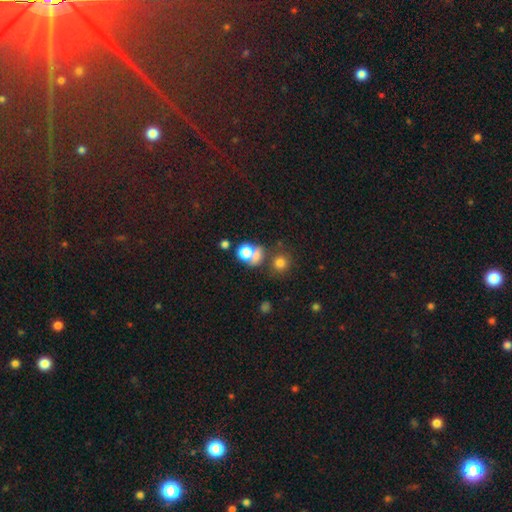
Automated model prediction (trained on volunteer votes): Smooth or featured? Predicted: smooth (p=0.61). How rounded? Predicted: round (p=0.74). Merging? Predicted: none (p=0.48).